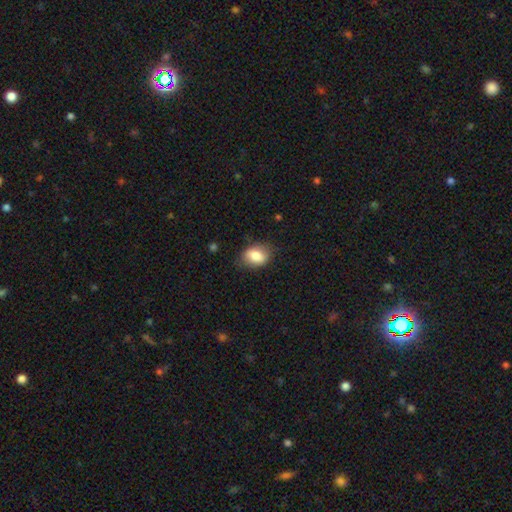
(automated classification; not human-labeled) smooth-or-featured: smooth: 81% | featured or disk: 11% | star or artifact: 8%
  how-rounded: in between: 71% | round: 28% | cigar-shaped: 1%
  merging: none: 73% | minor disturbance: 21% | major disturbance: 5% | merger: 1%